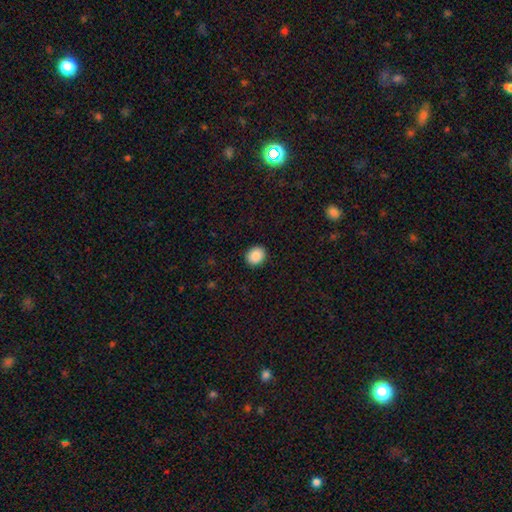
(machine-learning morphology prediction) type=smooth (89%); roundness=round (67%); merging=none (91%).